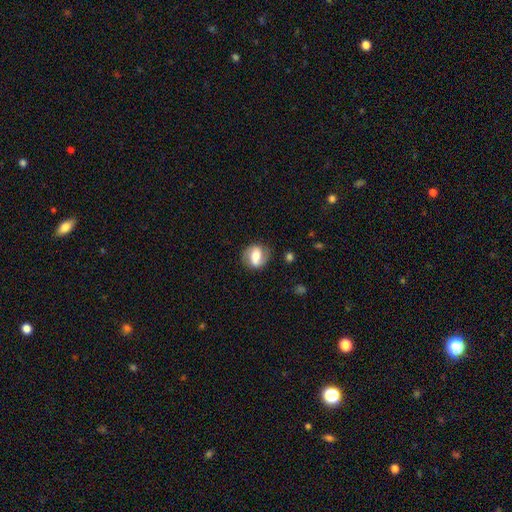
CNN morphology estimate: Overall: featured or disk (60%; smooth 33%). Edge-on disk: no (95%). Bar: strong (41%; weak 36%). Spiral arms: yes (80%). Bulge size: moderate (54%; large 23%). Merging: none (79%).